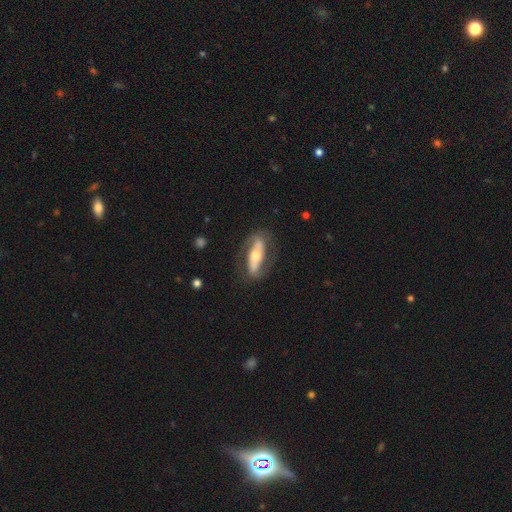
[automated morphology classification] The model was most divided on "smooth or featured": featured or disk: 65%, smooth: 29%, star or artifact: 5%. More confident: edge-on disk — no (76%); merging — none (74%).